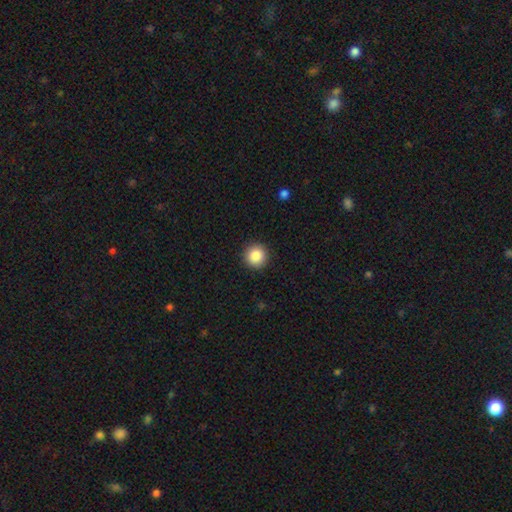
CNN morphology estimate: Smooth or featured: smooth — 86% (star or artifact — 9%)
How rounded: round — 96% (in between — 3%)
Merging: none — 93% (minor disturbance — 5%)